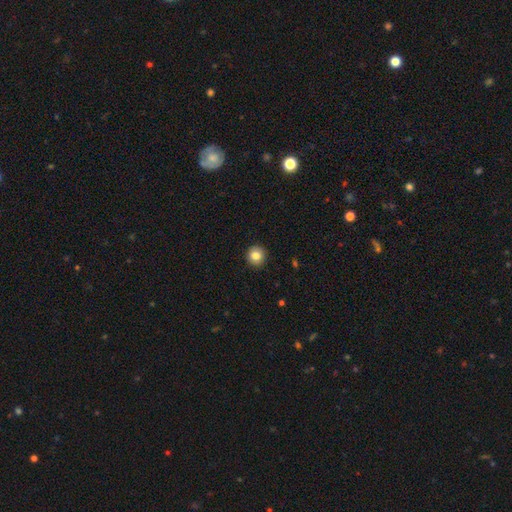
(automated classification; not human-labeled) Smooth or featured?
  - smooth: 84% *
  - star or artifact: 9%
  - featured or disk: 7%
How rounded?
  - round: 94% *
  - in between: 5%
  - cigar-shaped: 1%
Merging?
  - none: 93% *
  - minor disturbance: 5%
  - major disturbance: 1%
  - merger: 1%